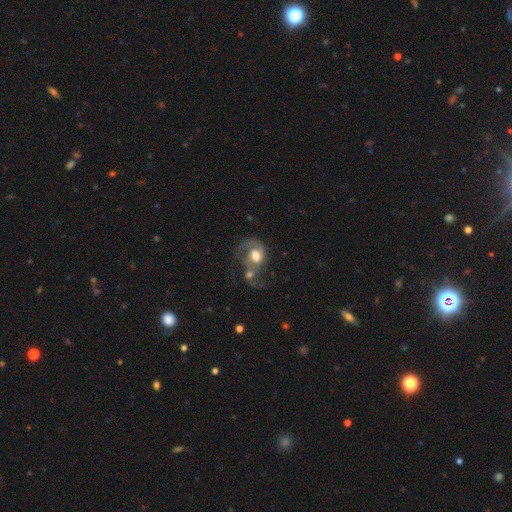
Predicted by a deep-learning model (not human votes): Morphology: type=featured or disk (60%); edge-on=no (97%); bar=no (65%); spiral arms=yes (78%); bulge=moderate (50%); merging=merger (41%).